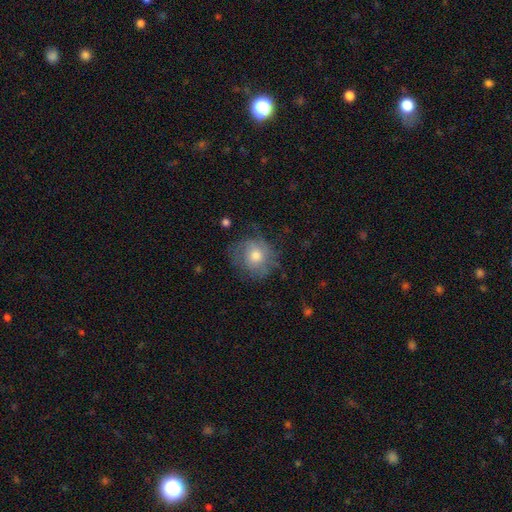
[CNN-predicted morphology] A smooth galaxy with no disk features (57%) that is round (80%).

Vote fractions:
- Smooth or featured? smooth: 57% / featured or disk: 33% / star or artifact: 9%
- How rounded? round: 80% / in between: 19% / cigar-shaped: 1%
- Merging? none: 63% / minor disturbance: 24% / major disturbance: 12% / merger: 1%